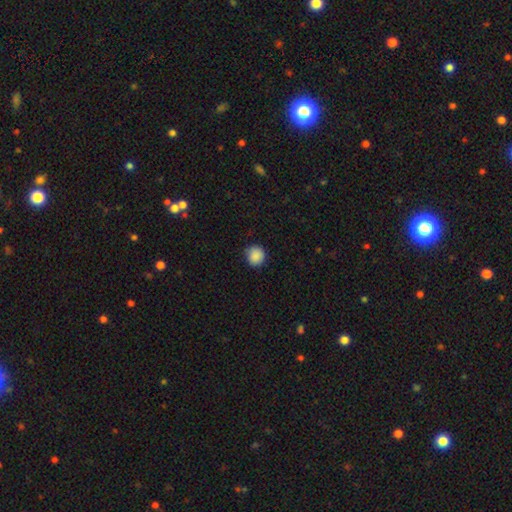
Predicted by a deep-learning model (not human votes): Smooth or featured: smooth — 89% (star or artifact — 9%)
How rounded: round — 91% (in between — 8%)
Merging: none — 87% (minor disturbance — 10%)